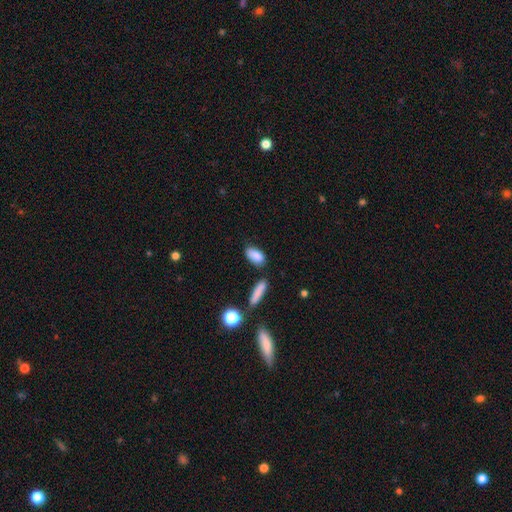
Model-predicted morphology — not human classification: Q: Smooth or featured?
A: smooth (86%); runner-up: star or artifact (8%)
Q: How rounded?
A: in between (85%); runner-up: cigar-shaped (10%)
Q: Merging?
A: none (71%); runner-up: minor disturbance (16%)